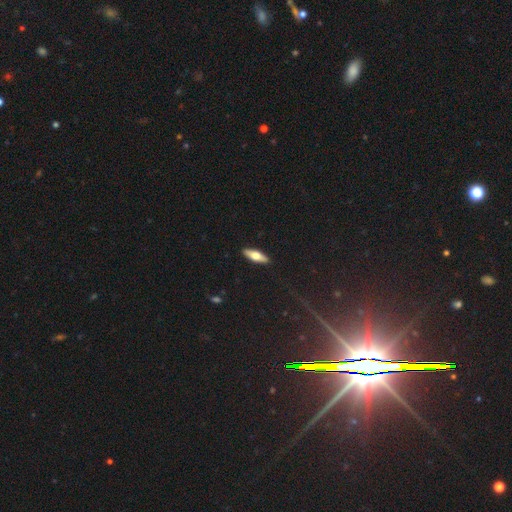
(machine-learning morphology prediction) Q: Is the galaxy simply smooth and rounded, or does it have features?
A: smooth — 56%.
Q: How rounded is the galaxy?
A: cigar-shaped — 51%.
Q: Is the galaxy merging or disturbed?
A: none — 90%.